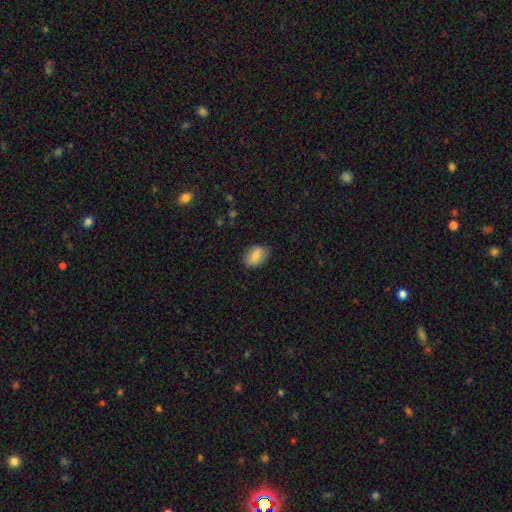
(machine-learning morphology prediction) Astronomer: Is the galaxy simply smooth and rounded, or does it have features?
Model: smooth — 82%.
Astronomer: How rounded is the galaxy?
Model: in between — 83%.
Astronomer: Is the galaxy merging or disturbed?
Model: none — 81%.